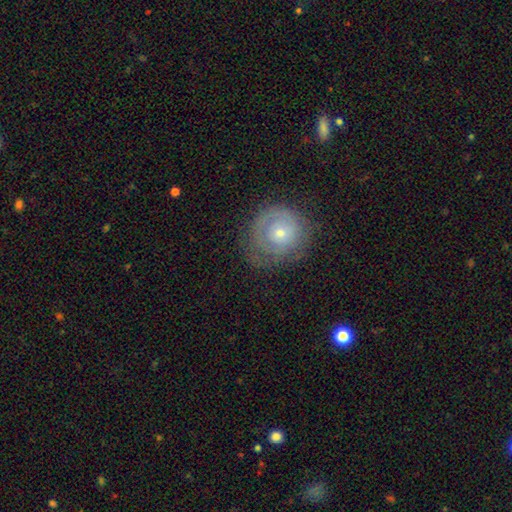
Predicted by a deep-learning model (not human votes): Smooth or featured? Predicted: featured or disk (p=0.50). Edge-on disk? Predicted: no (p=0.96). Merging? Predicted: none (p=0.76).